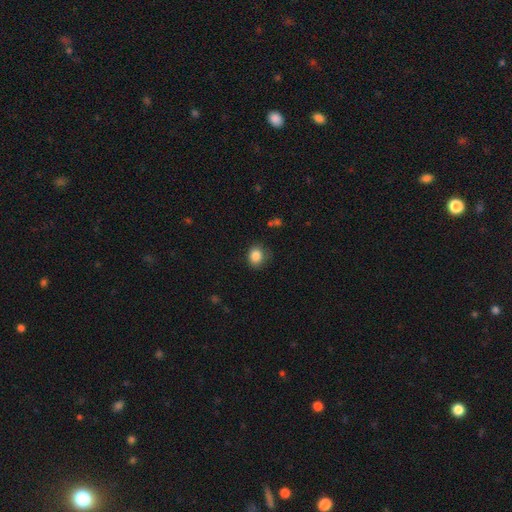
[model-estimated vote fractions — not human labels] Smooth or featured? Predicted: smooth (p=0.85). How rounded? Predicted: round (p=0.67). Merging? Predicted: none (p=0.74).